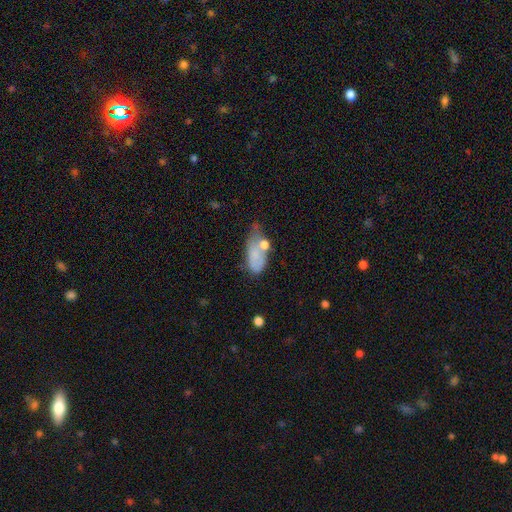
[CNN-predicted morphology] Overall: smooth (68%). How rounded: in between (87%). Merging: minor disturbance (29%, tied with none).